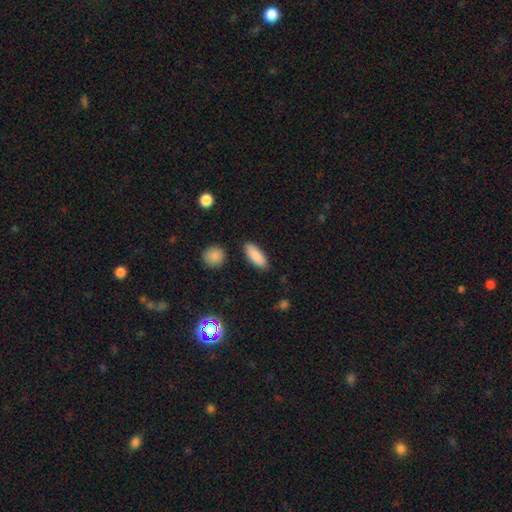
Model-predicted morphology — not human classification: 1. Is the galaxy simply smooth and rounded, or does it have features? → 87% smooth, 7% star or artifact, 6% featured or disk.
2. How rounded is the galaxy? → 73% in between, 25% cigar-shaped, 2% round.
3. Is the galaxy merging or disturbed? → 86% none, 10% minor disturbance, 2% merger, 2% major disturbance.